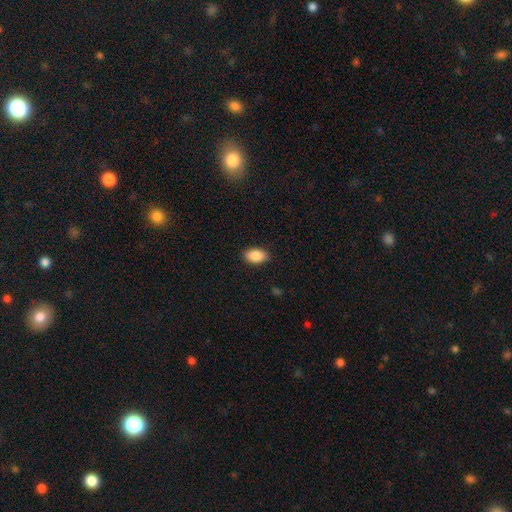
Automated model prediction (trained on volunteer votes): The model was most divided on "merging": none: 89%, minor disturbance: 8%, major disturbance: 2%, merger: 1%. More confident: how rounded — in between (93%); smooth or featured — smooth (88%).